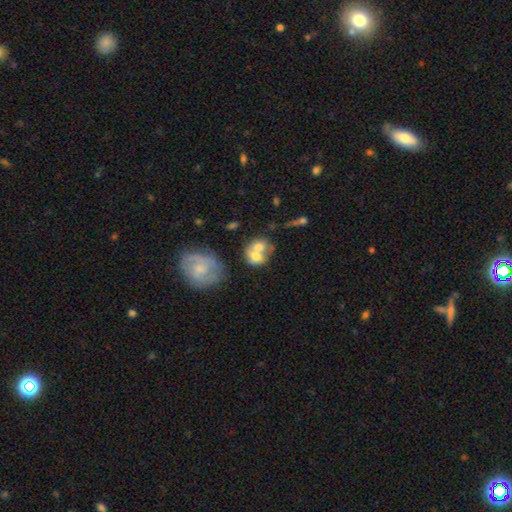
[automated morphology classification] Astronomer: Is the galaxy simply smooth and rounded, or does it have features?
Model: smooth — 60%.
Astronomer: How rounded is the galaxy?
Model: round — 61% (runner-up: in between, 38%).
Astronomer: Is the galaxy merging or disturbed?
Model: merger — 62%.